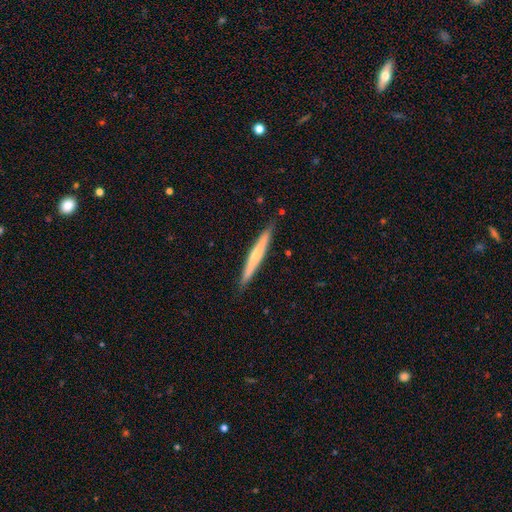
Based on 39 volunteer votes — smooth 54%, featured or disk 44%, star or artifact 3%. Down the decision tree: how rounded — cigar-shaped (95%); merging — none (89%).